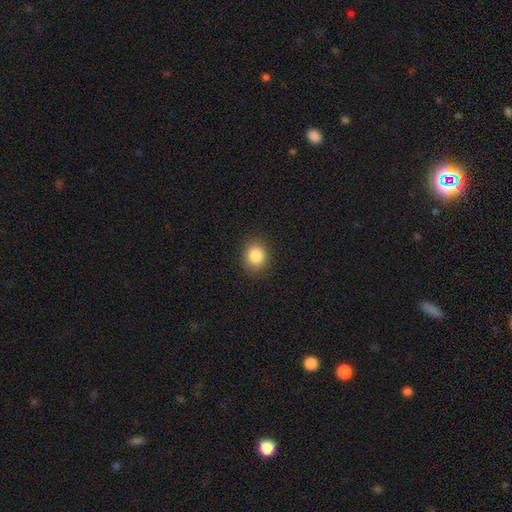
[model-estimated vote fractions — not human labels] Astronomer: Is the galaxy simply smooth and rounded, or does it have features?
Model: smooth — 85%.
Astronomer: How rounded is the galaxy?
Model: round — 71%.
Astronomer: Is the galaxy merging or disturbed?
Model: none — 89%.